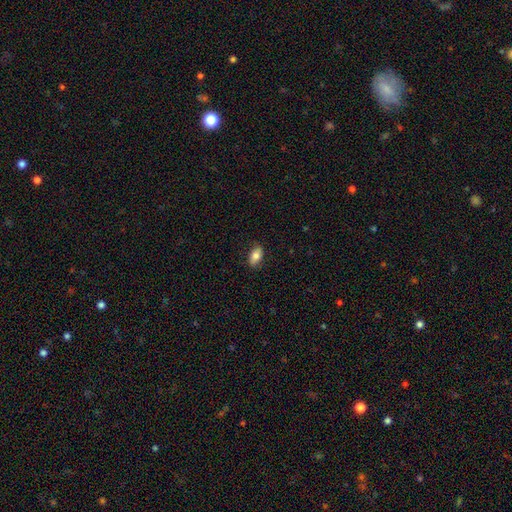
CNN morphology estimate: A smooth galaxy with no disk features (79%) that is in between round and cigar-shaped (90%). Merging: none (84%).